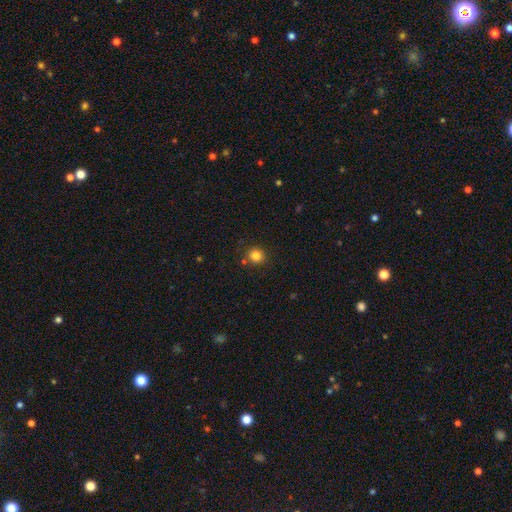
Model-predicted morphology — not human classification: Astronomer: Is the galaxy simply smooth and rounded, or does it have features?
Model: smooth — 83%.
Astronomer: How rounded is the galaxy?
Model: round — 87%.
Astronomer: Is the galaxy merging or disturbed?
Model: none — 83%.